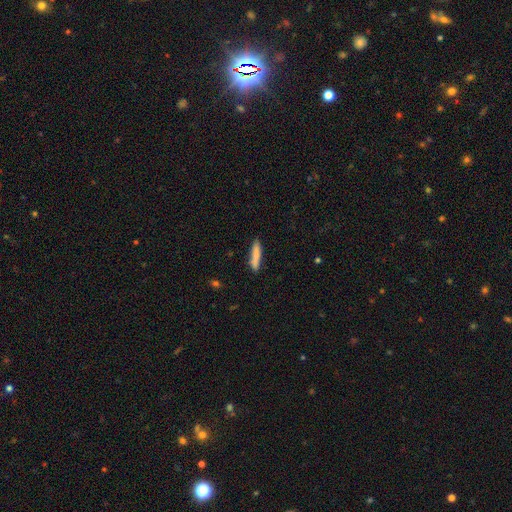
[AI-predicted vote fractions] Overall: smooth (82%). How rounded: cigar-shaped (90%). Merging: none (85%).